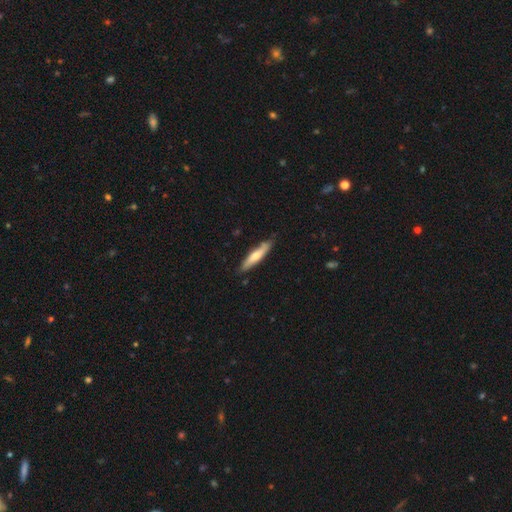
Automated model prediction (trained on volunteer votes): smooth 60%, featured or disk 35%, star or artifact 5%. Down the decision tree: how rounded — cigar-shaped (84%); merging — none (81%).